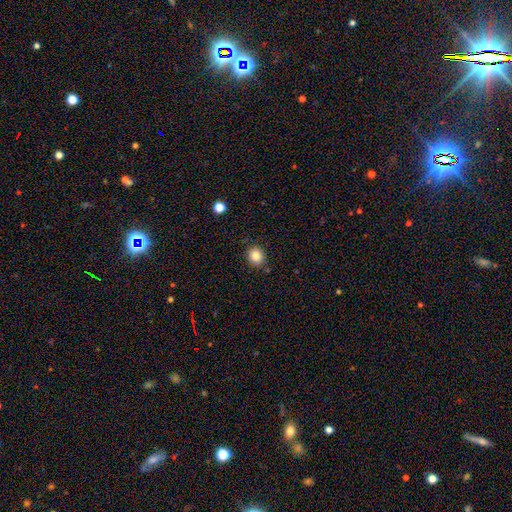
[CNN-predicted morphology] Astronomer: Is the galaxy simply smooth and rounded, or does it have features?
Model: smooth — 85%.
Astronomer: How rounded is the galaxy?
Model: round — 74%.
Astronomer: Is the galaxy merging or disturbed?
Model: none — 85%.